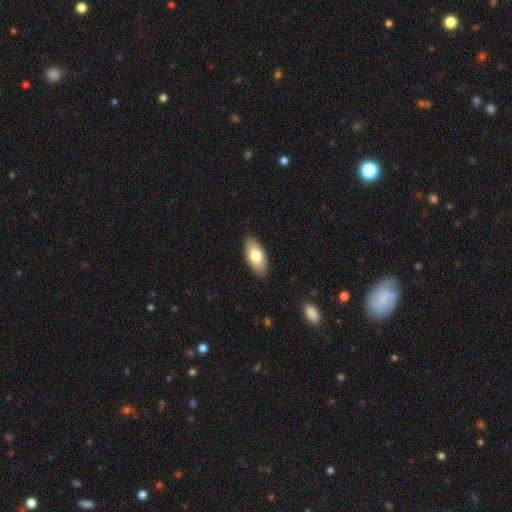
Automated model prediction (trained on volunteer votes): smooth_or_featured: smooth (p=0.77) [alt: featured or disk p=0.17]
how_rounded: in between (p=0.90) [alt: cigar-shaped p=0.08]
merging: none (p=0.89) [alt: minor disturbance p=0.08]